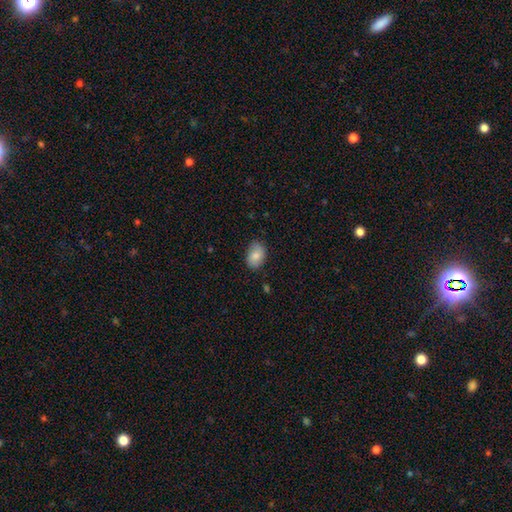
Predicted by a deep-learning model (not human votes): Morphology: type=smooth (82%); roundness=in between (81%); merging=none (79%).